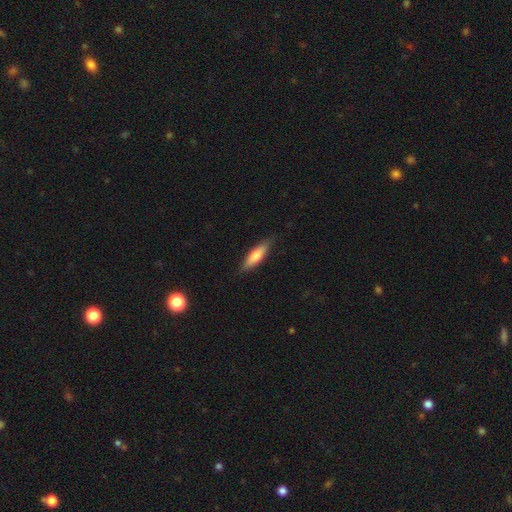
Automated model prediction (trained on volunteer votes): The model was most divided on "how rounded": cigar-shaped: 65%, in between: 33%, round: 2%. More confident: merging — none (82%); smooth or featured — smooth (70%).